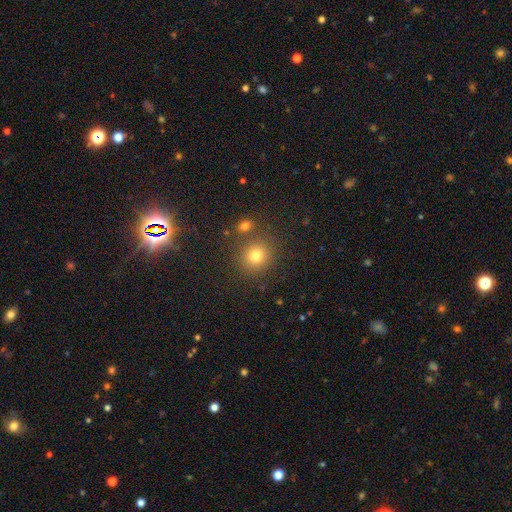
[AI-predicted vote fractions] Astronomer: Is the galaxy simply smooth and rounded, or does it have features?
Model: smooth — 78%.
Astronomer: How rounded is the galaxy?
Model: round — 86%.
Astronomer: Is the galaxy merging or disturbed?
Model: none — 79%.